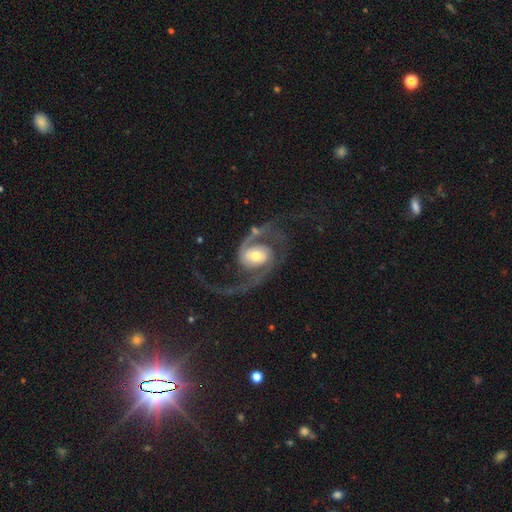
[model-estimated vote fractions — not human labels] smooth_or_featured: featured or disk (p=0.91) [alt: smooth p=0.05]
disk_edge_on: no (p=0.98) [alt: yes p=0.02]
bar: no (p=0.49) [alt: weak p=0.34]
has_spiral_arms: yes (p=0.97) [alt: no p=0.03]
spiral_winding: loose (p=0.51) [alt: medium p=0.39]
spiral_arm_count: 2 (p=0.87) [alt: 1 p=0.05]
bulge_size: moderate (p=0.58) [alt: small p=0.25]
merging: none (p=0.52) [alt: major disturbance p=0.30]